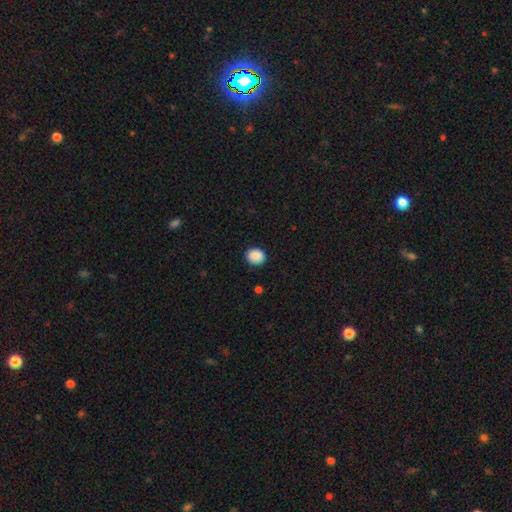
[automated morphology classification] smooth 89%, star or artifact 8%, featured or disk 3%. Down the decision tree: how rounded — round (74%); merging — none (89%).